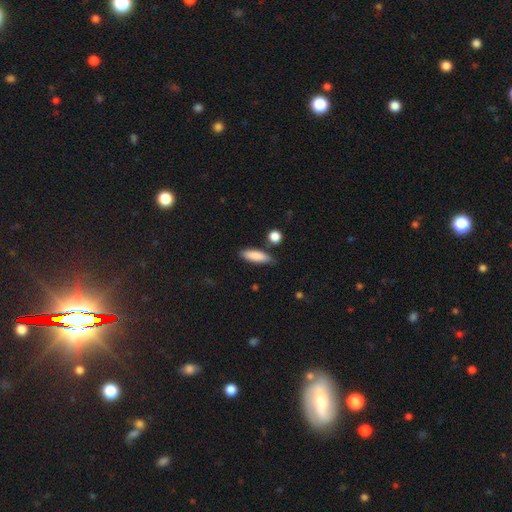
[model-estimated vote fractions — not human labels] Smooth or featured?
  - smooth: 85% *
  - featured or disk: 9%
  - star or artifact: 6%
How rounded?
  - in between: 52% *
  - cigar-shaped: 46%
  - round: 2%
Merging?
  - none: 76% *
  - minor disturbance: 16%
  - merger: 5%
  - major disturbance: 3%